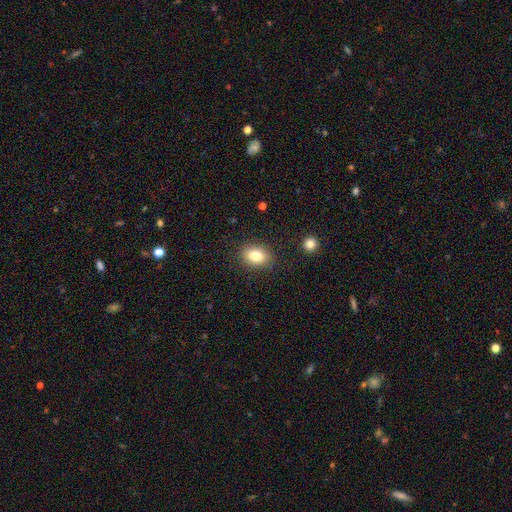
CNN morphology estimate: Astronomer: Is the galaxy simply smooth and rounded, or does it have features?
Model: smooth — 81%.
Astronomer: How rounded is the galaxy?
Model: in between — 72%.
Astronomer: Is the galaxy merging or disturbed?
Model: none — 86%.